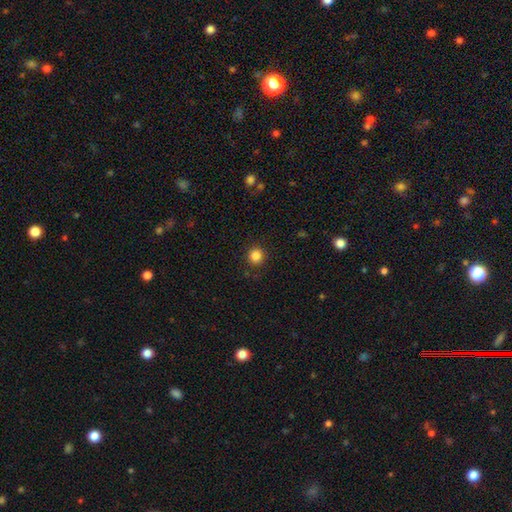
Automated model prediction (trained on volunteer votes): This is clearly a smooth galaxy (85%). How rounded: clearly round (93%). Merging: clearly none (91%).